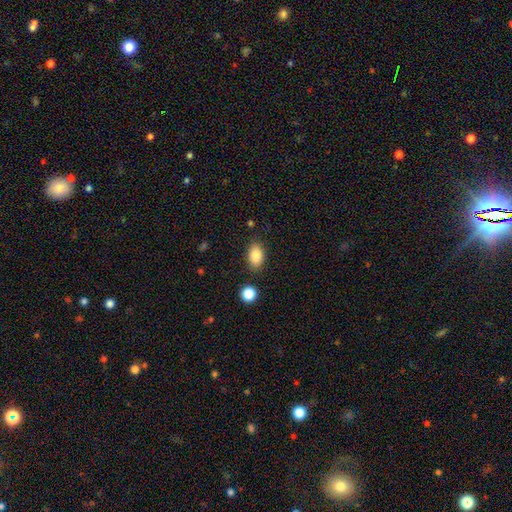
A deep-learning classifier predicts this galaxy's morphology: Smooth or featured? smooth (85%)
How rounded? in between (88%)
Merging? none (83%)